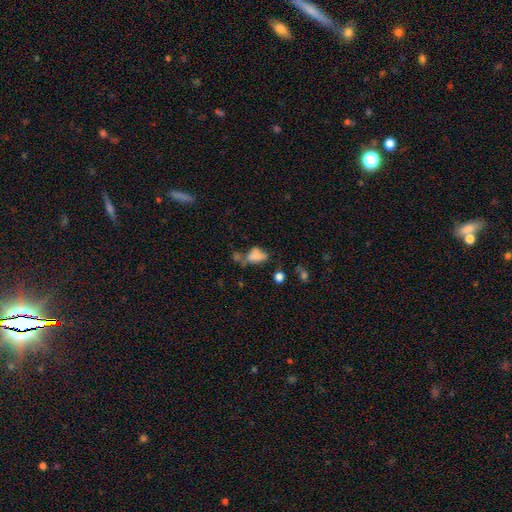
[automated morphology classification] smooth 72%, featured or disk 15%, star or artifact 13%. Down the decision tree: how rounded — in between (85%); merging — none (28%).